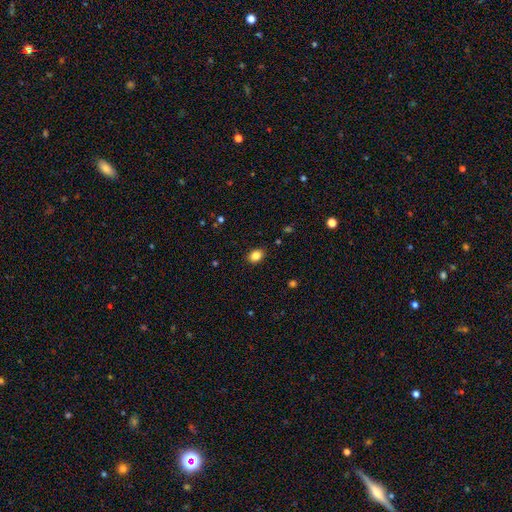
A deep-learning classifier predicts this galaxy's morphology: This is clearly a smooth galaxy (86%). How rounded: likely in between (66%). Merging: clearly none (88%).